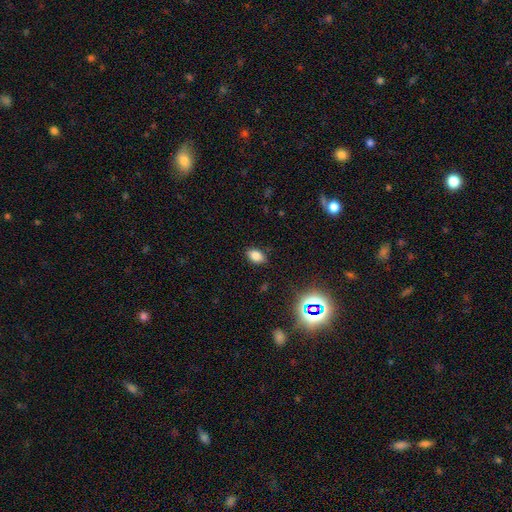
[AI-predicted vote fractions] This is clearly a smooth galaxy (81%). How rounded: clearly in between (86%). Merging: clearly none (85%).